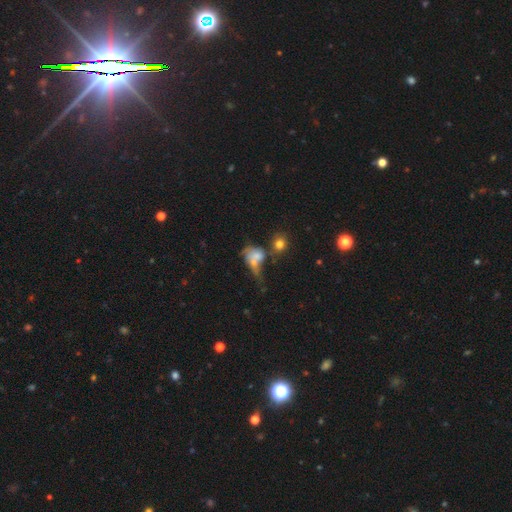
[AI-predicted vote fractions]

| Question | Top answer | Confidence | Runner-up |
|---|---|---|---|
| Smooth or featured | smooth | 56% | featured or disk (30%) |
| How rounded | in between | 62% | round (35%) |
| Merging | merger | 41% | major disturbance (27%) |